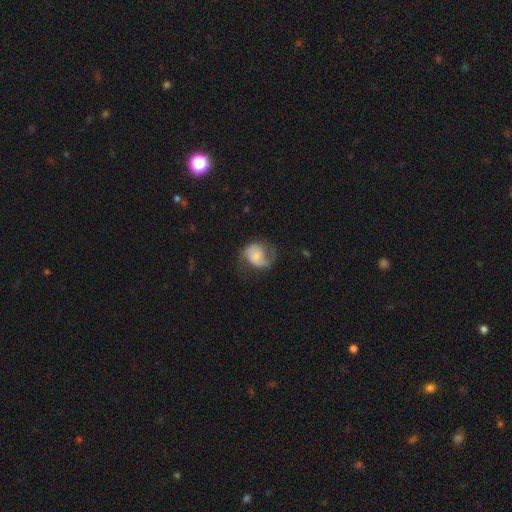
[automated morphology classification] A featured or disk galaxy (48%).

Vote fractions:
- Smooth or featured? featured or disk: 48% / smooth: 45% / star or artifact: 7%
- Merging? none: 44% / minor disturbance: 28% / major disturbance: 27% / merger: 2%